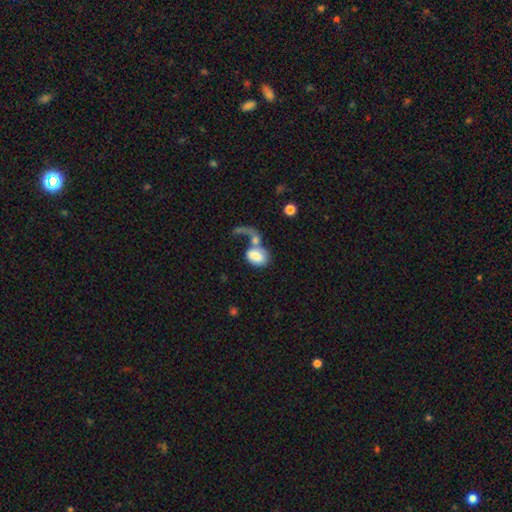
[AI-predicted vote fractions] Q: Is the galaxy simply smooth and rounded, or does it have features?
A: smooth — 72%.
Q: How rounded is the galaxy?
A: in between — 78%.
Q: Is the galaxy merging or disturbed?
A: merger — 40%.